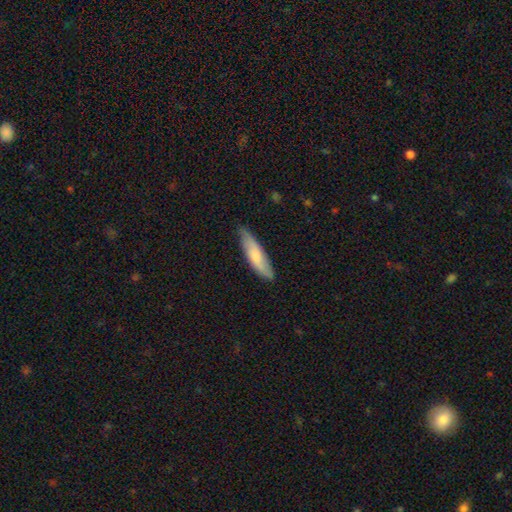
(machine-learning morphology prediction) Smooth or featured: smooth — 71% (featured or disk — 23%)
How rounded: cigar-shaped — 68% (in between — 30%)
Merging: none — 81% (minor disturbance — 16%)